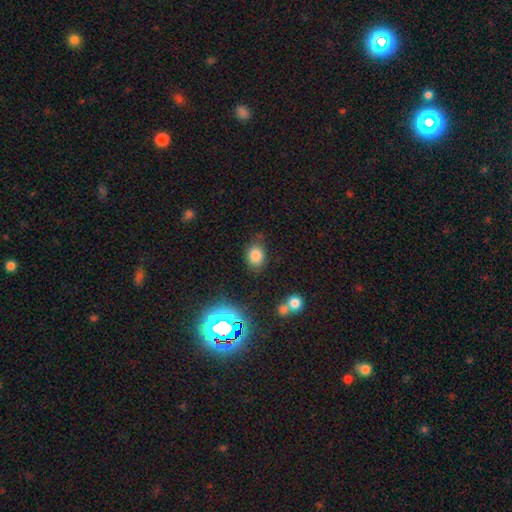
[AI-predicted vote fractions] Smooth or featured: smooth — 79% (star or artifact — 15%)
How rounded: in between — 59% (round — 40%)
Merging: none — 72% (minor disturbance — 19%)